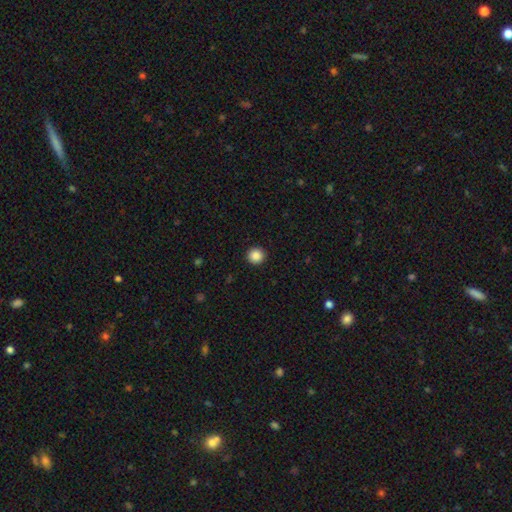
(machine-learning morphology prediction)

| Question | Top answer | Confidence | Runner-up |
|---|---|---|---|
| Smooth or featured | smooth | 88% | star or artifact (9%) |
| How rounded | round | 95% | in between (4%) |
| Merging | none | 93% | minor disturbance (4%) |